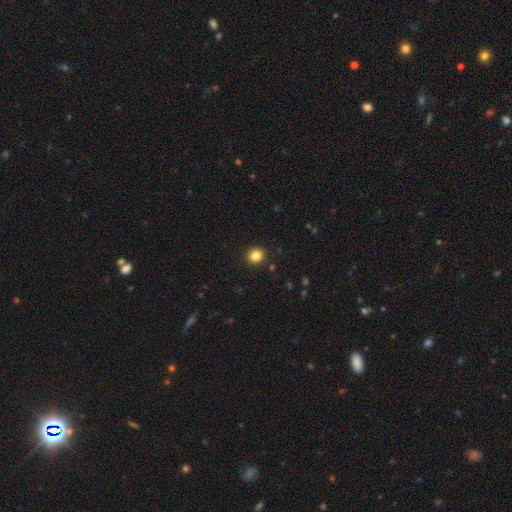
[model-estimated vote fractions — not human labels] smooth 84%, star or artifact 11%, featured or disk 5%. Down the decision tree: how rounded — round (85%); merging — none (92%).